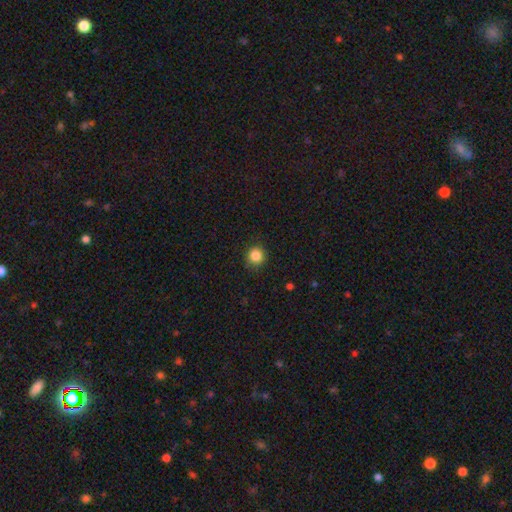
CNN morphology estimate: Q: Smooth or featured?
A: smooth (85%); runner-up: star or artifact (11%)
Q: How rounded?
A: round (93%); runner-up: in between (6%)
Q: Merging?
A: none (87%); runner-up: minor disturbance (10%)